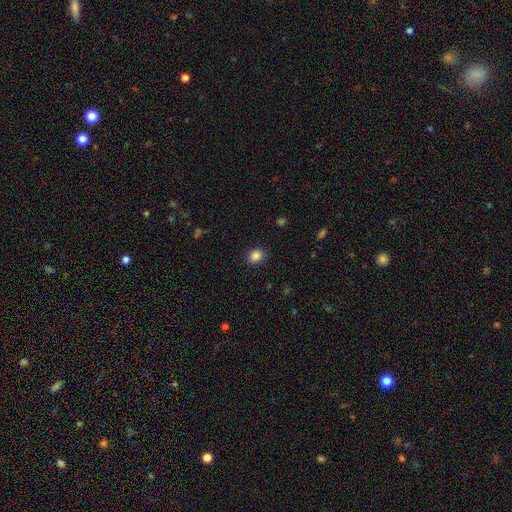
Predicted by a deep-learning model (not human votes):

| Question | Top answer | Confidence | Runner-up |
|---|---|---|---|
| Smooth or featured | smooth | 86% | star or artifact (11%) |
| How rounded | round | 64% | in between (35%) |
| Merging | none | 90% | minor disturbance (7%) |